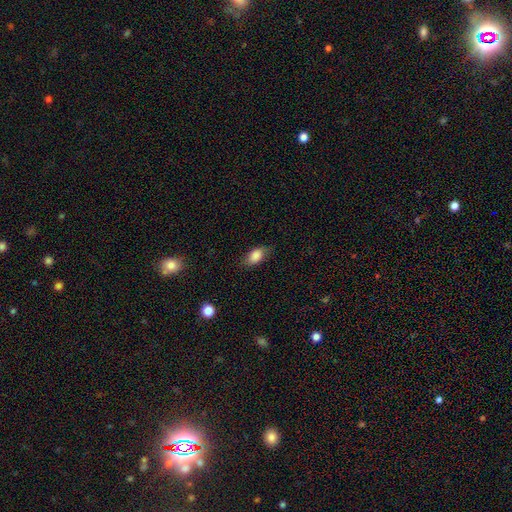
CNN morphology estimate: smooth_or_featured: smooth (p=0.83) [alt: featured or disk p=0.09]
how_rounded: in between (p=0.88) [alt: round p=0.07]
merging: none (p=0.74) [alt: minor disturbance p=0.19]